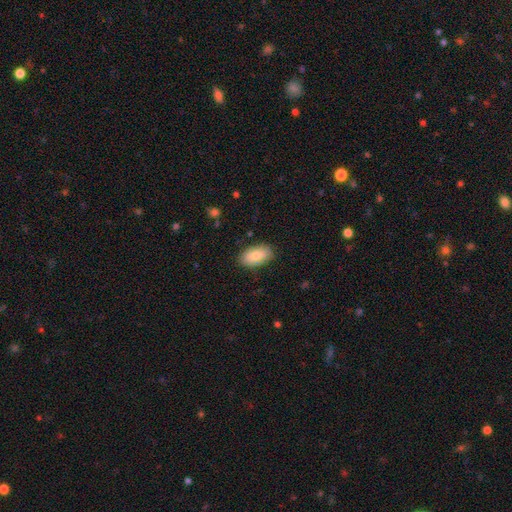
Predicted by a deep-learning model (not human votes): A smooth galaxy with no disk features (81%) that is in between round and cigar-shaped (94%). Merging: none (85%).